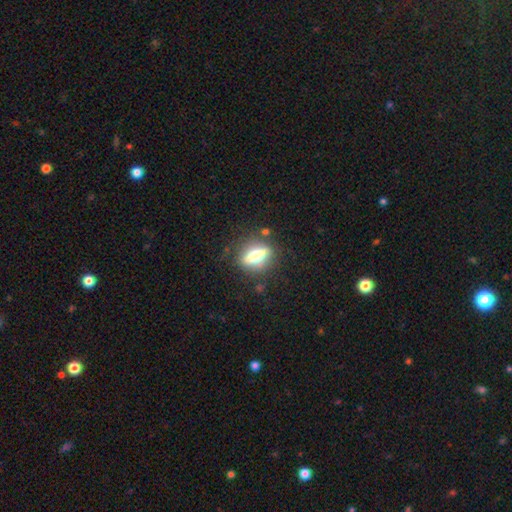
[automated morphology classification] Smooth or featured?
  - smooth: 46% * (tied)
  - featured or disk: 46% * (tied)
  - star or artifact: 9%
Merging?
  - none: 81% *
  - minor disturbance: 11%
  - major disturbance: 5%
  - merger: 3%